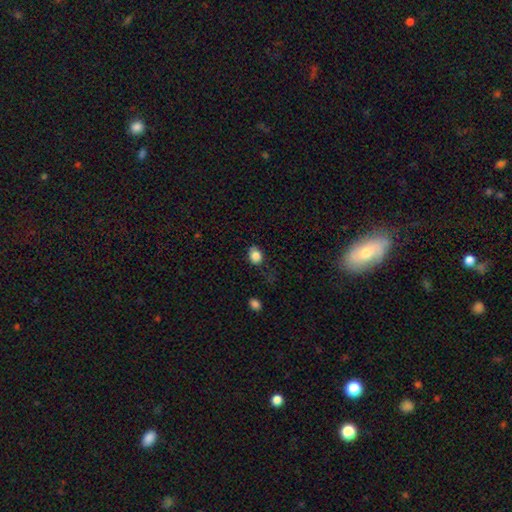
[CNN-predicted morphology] Smooth or featured?
  - smooth: 85% *
  - star or artifact: 10%
  - featured or disk: 5%
How rounded?
  - in between: 51% *
  - round: 48%
  - cigar-shaped: 1%
Merging?
  - none: 68% *
  - minor disturbance: 23%
  - major disturbance: 6%
  - merger: 2%